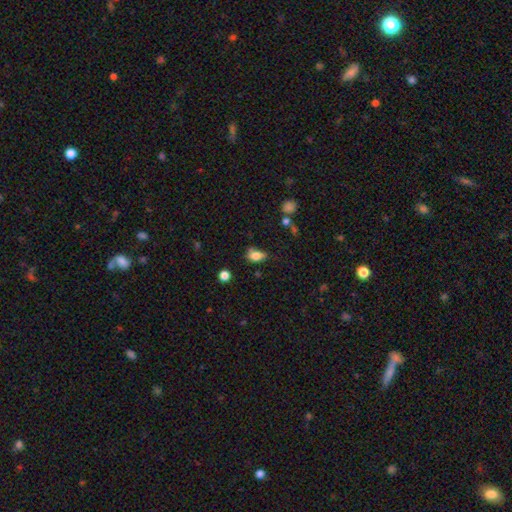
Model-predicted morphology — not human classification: smooth 79%, featured or disk 11%, star or artifact 10%. Down the decision tree: how rounded — in between (78%); merging — none (45%).